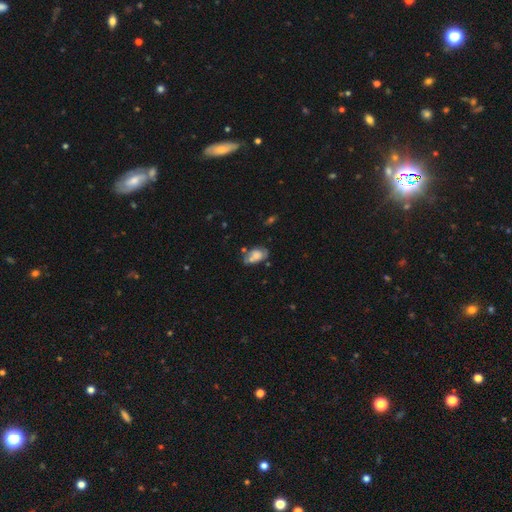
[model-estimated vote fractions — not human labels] smooth-or-featured: smooth: 54% | featured or disk: 35% | star or artifact: 10%
  how-rounded: in between: 86% | round: 12% | cigar-shaped: 3%
  merging: none: 41% | minor disturbance: 28% | merger: 18% | major disturbance: 13%